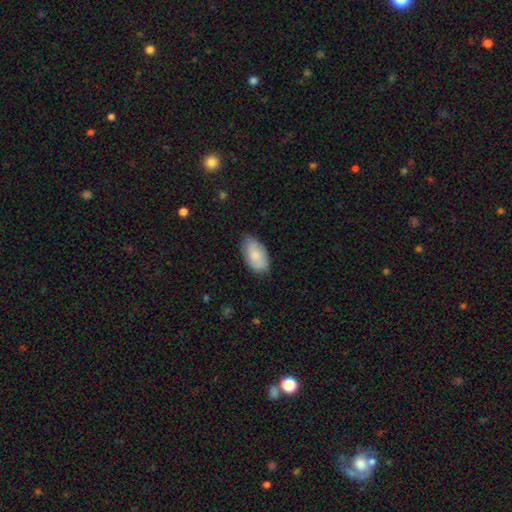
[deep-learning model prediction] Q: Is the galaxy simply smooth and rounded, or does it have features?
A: smooth — 83%.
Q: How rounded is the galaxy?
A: in between — 95%.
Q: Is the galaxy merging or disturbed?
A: none — 78%.